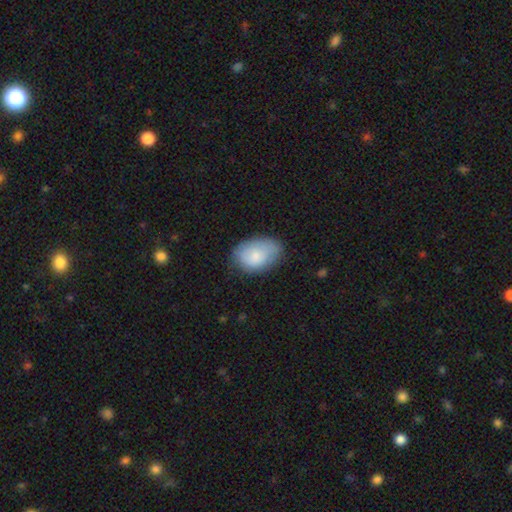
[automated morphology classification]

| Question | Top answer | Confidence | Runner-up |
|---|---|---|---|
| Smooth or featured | smooth | 78% | featured or disk (15%) |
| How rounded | in between | 86% | round (13%) |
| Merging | none | 65% | minor disturbance (27%) |